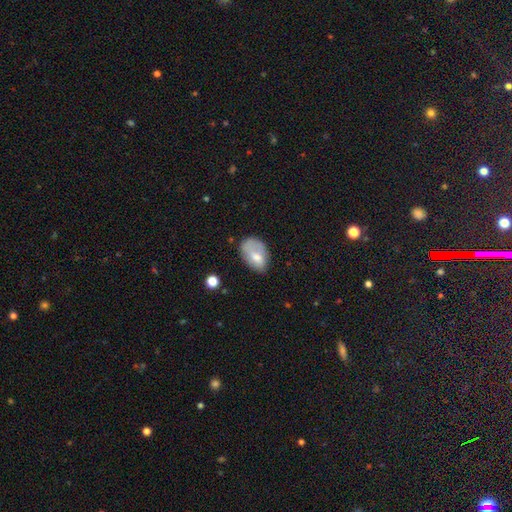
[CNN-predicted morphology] Smooth or featured? Predicted: smooth (p=0.65). How rounded? Predicted: in between (p=0.89). Merging? Predicted: none (p=0.46).